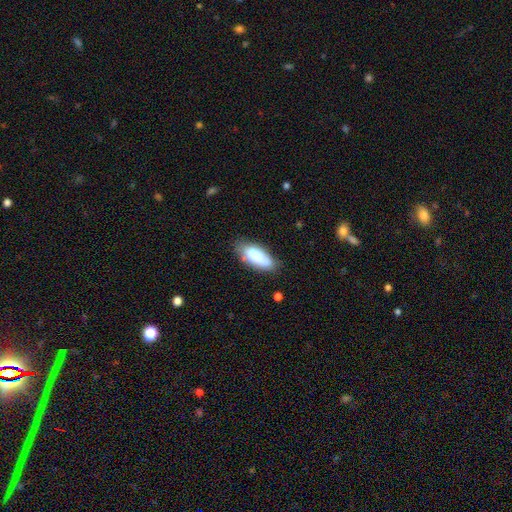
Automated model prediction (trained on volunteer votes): smooth-or-featured: smooth: 79% | featured or disk: 14% | star or artifact: 7%
  how-rounded: in between: 85% | cigar-shaped: 13% | round: 2%
  merging: none: 65% | minor disturbance: 24% | major disturbance: 6% | merger: 4%